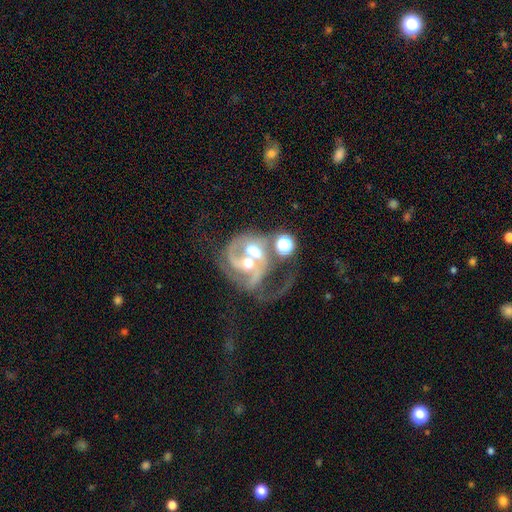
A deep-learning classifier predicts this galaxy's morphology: smooth-or-featured: featured or disk: 80% | smooth: 11% | star or artifact: 9%
  disk-edge-on: no: 97% | yes: 3%
    bar: no: 50% | weak: 33% | strong: 18%
    has-spiral-arms: yes: 84% | no: 16%
      spiral-winding: medium: 42% | loose: 32% | tight: 26%
      spiral-arm-count: 2: 56% | 1: 21% | can't tell: 15% | 3: 5% | 4: 2% | more than 4: 2%
    bulge-size: moderate: 64% | small: 23% | large: 8% | none: 4% | dominant: 2%
  merging: merger: 51% | major disturbance: 23% | none: 17% | minor disturbance: 9%